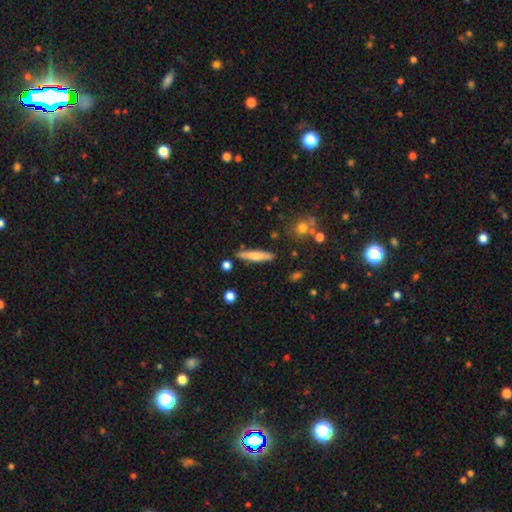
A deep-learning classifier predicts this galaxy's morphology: This appears to be a smooth galaxy with no disk features (66%) that is cigar-shaped (85%). Merging: none (84%).